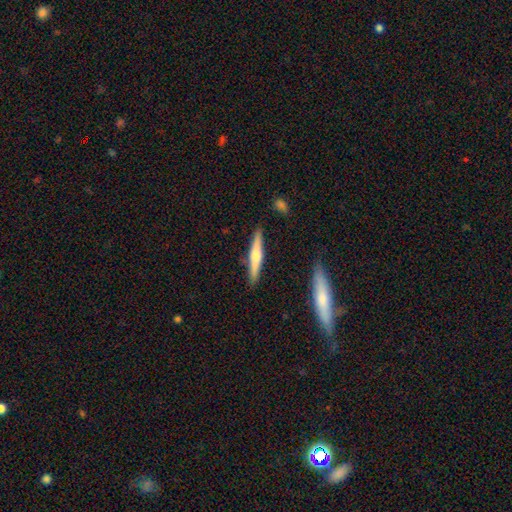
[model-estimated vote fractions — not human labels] Smooth or featured? Predicted: featured or disk (p=0.51). Edge-on disk? Predicted: yes (p=0.96). Merging? Predicted: none (p=0.89).